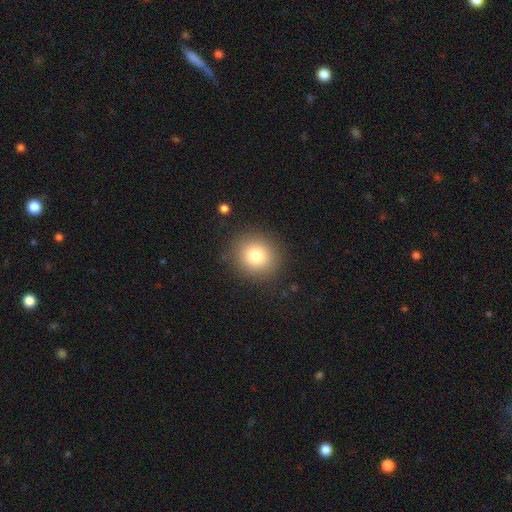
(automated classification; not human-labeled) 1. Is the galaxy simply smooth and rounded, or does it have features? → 80% smooth, 11% star or artifact, 9% featured or disk.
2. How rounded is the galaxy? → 87% round, 12% in between, 1% cigar-shaped.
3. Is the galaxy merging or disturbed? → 87% none, 8% minor disturbance, 3% major disturbance, 1% merger.